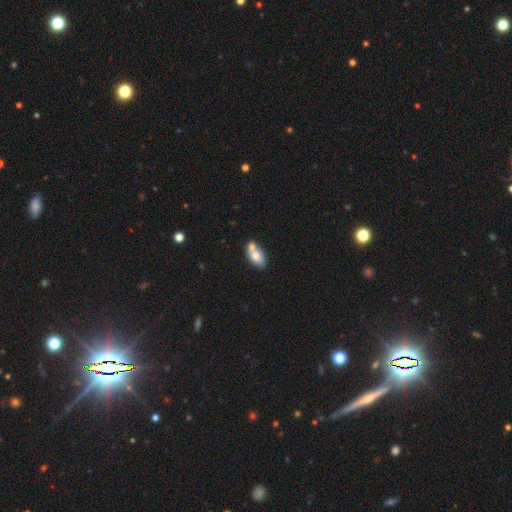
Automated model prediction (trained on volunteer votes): Smooth or featured? smooth (72%)
How rounded? in between (89%)
Merging? merger (42%)